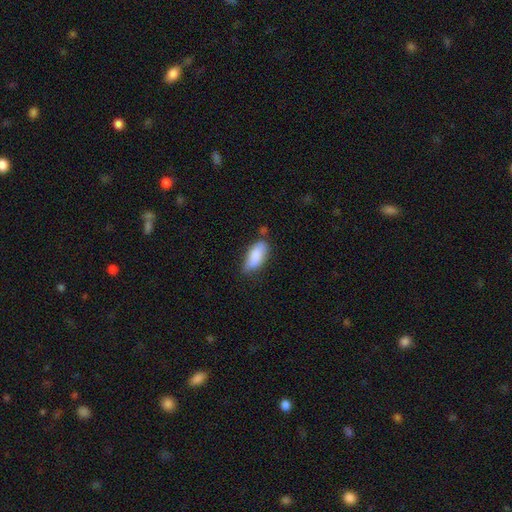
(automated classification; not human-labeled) This is clearly a smooth galaxy (84%). How rounded: clearly in between (82%). Merging: likely none (62%).